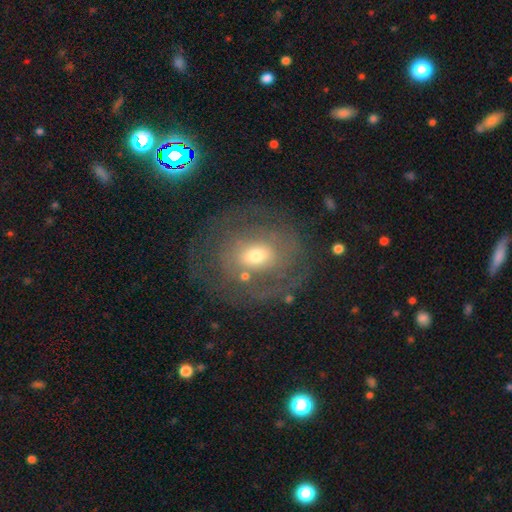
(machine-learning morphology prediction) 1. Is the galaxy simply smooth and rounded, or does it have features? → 61% featured or disk, 29% smooth, 10% star or artifact.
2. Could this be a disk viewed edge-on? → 96% no, 4% yes.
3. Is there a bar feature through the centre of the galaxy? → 61% no, 29% weak, 9% strong.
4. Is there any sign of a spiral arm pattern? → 56% yes, 44% no.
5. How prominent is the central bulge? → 55% moderate, 36% small, 7% large, 1% dominant, 1% none.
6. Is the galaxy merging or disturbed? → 68% none, 16% minor disturbance, 13% major disturbance, 3% merger.